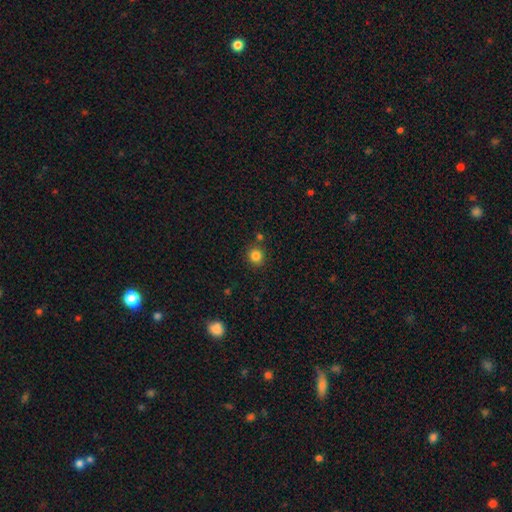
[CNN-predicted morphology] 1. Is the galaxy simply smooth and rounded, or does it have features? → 84% smooth, 12% star or artifact, 4% featured or disk.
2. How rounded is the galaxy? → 88% round, 11% in between, 1% cigar-shaped.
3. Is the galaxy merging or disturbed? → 83% none, 8% minor disturbance, 6% merger, 3% major disturbance.